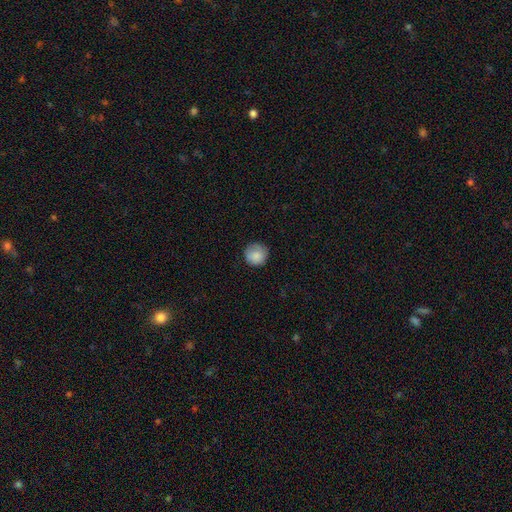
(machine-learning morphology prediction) smooth-or-featured: smooth: 86% | star or artifact: 8% | featured or disk: 6%
  how-rounded: round: 94% | in between: 5% | cigar-shaped: 1%
  merging: none: 82% | minor disturbance: 14% | major disturbance: 3% | merger: 1%